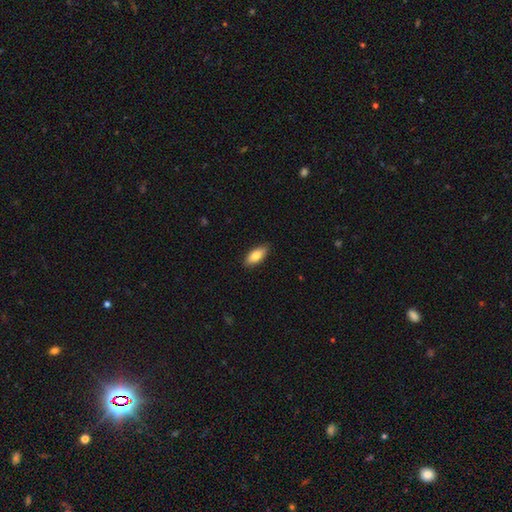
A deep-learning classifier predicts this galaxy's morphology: The model was most divided on "smooth or featured": smooth: 82%, featured or disk: 12%, star or artifact: 6%. More confident: merging — none (85%); how rounded — in between (85%).